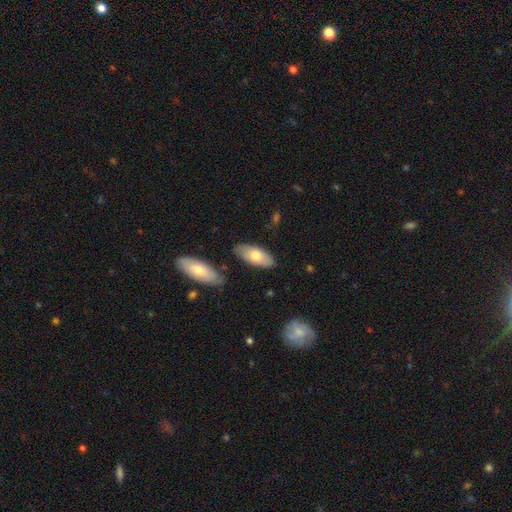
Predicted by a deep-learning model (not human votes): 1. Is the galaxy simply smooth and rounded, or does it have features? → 72% smooth, 23% featured or disk, 5% star or artifact.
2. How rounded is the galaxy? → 88% in between, 10% cigar-shaped, 2% round.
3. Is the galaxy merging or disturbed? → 80% none, 13% minor disturbance, 4% merger, 3% major disturbance.